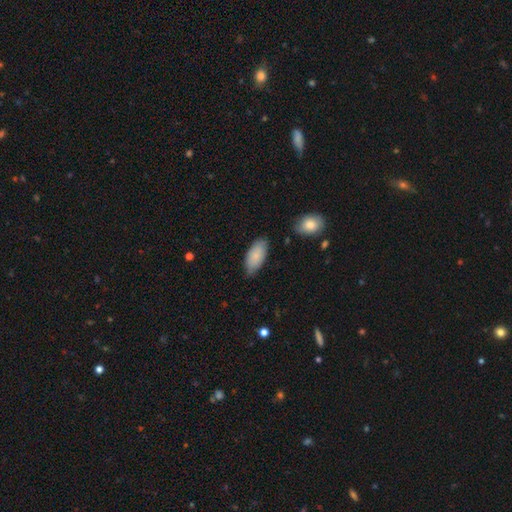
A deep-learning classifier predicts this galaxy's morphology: Q: Smooth or featured?
A: smooth (84%); runner-up: featured or disk (10%)
Q: How rounded?
A: in between (93%); runner-up: cigar-shaped (5%)
Q: Merging?
A: none (75%); runner-up: minor disturbance (20%)